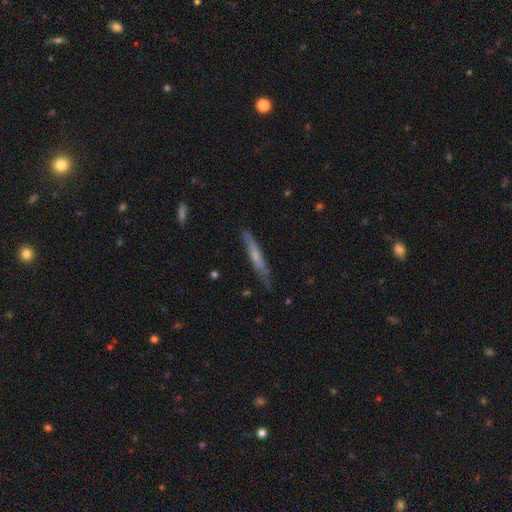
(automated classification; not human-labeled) Morphology: type=smooth (48%); merging=none (75%).